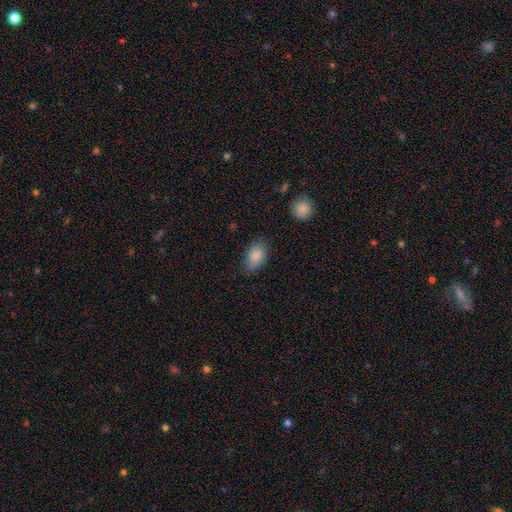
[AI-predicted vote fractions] Smooth or featured? smooth (86%)
How rounded? in between (89%)
Merging? none (73%)